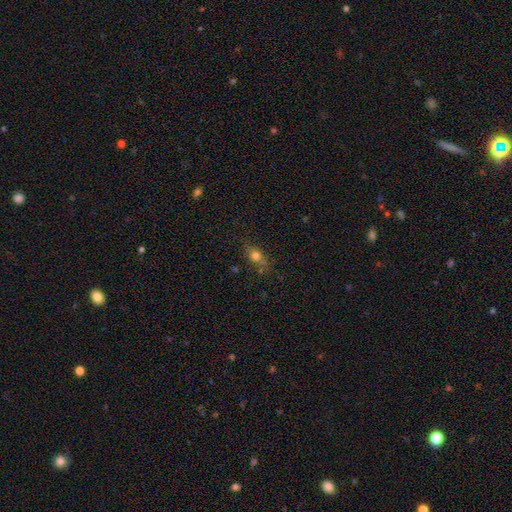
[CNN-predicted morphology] The model was most divided on "how rounded": in between: 60%, round: 31%, cigar-shaped: 9%. More confident: smooth or featured — smooth (73%); merging — none (68%).